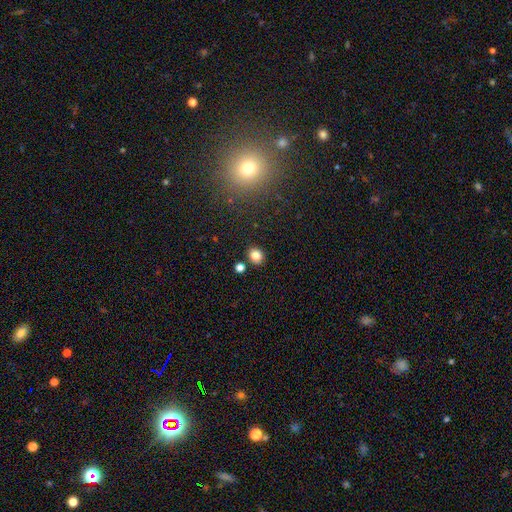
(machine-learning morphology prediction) smooth_or_featured: smooth (p=0.81) [alt: star or artifact p=0.12]
how_rounded: round (p=0.71) [alt: in between p=0.28]
merging: none (p=0.85) [alt: minor disturbance p=0.07]